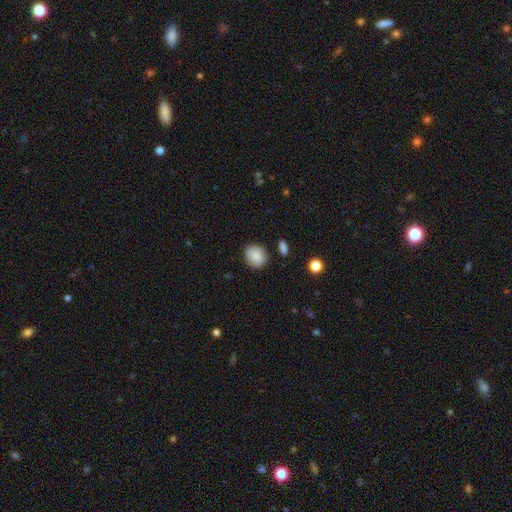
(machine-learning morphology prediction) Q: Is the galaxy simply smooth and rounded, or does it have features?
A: smooth — 84%.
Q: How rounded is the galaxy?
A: round — 71%.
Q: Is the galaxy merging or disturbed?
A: none — 83%.